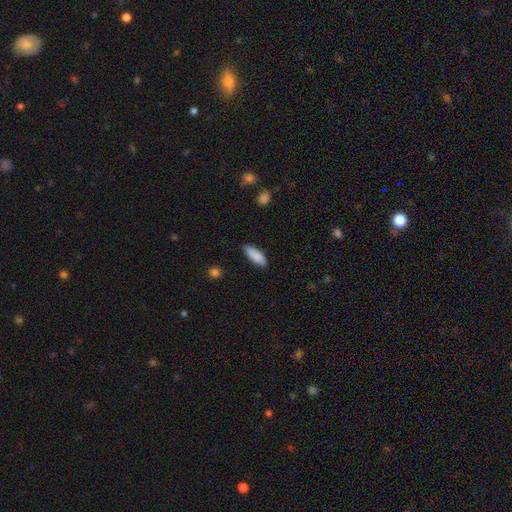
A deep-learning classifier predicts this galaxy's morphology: Q: Smooth or featured?
A: smooth (88%); runner-up: star or artifact (6%)
Q: How rounded?
A: in between (63%); runner-up: cigar-shaped (35%)
Q: Merging?
A: none (85%); runner-up: minor disturbance (12%)